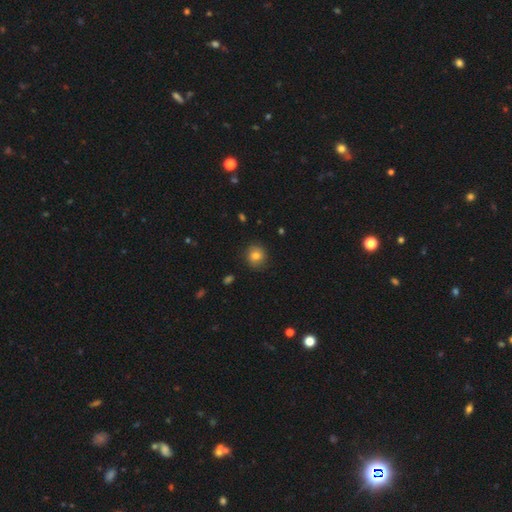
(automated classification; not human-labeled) Morphology: type=smooth (79%); roundness=round (85%); merging=none (87%).